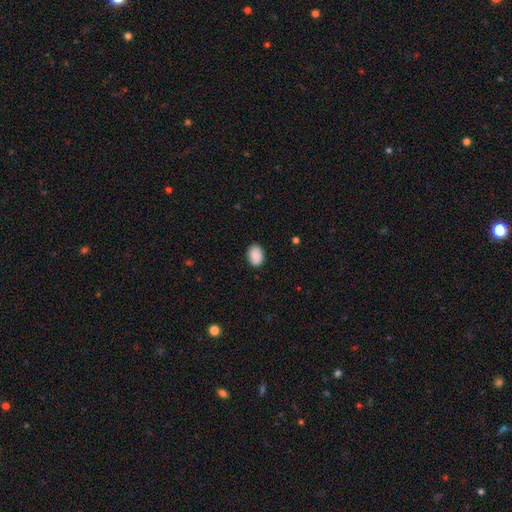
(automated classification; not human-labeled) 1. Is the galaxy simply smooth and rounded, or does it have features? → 90% smooth, 7% star or artifact, 3% featured or disk.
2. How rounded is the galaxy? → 76% in between, 23% round, 1% cigar-shaped.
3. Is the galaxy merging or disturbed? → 87% none, 10% minor disturbance, 2% major disturbance, 1% merger.